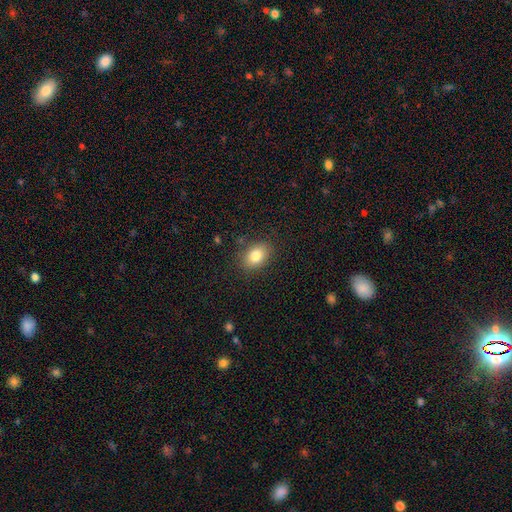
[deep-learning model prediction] Smooth or featured? smooth (82%)
How rounded? in between (79%)
Merging? none (84%)